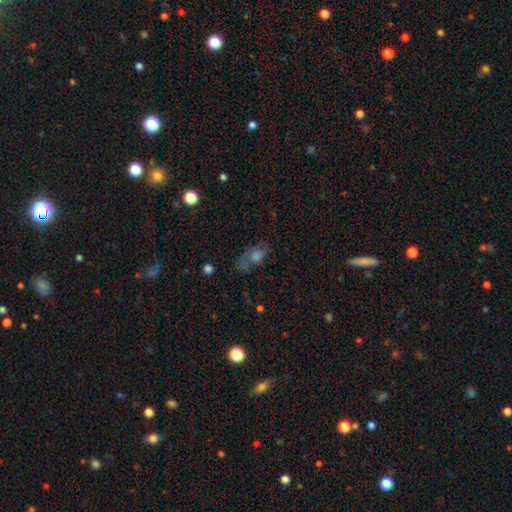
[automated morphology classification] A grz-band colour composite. It shows a smooth galaxy with no disk features (43%). Merging: none (54%).